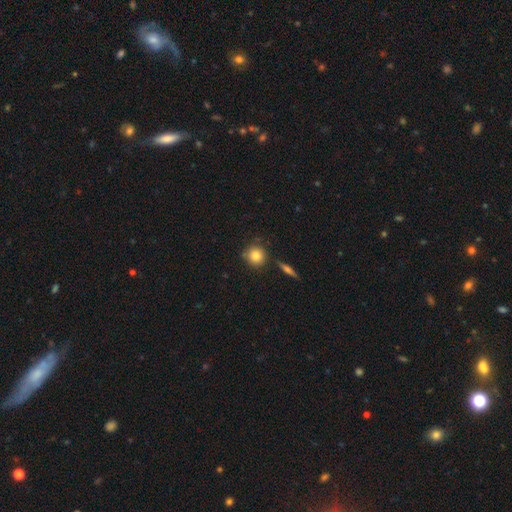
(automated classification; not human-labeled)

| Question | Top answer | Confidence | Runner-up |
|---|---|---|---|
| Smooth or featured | smooth | 81% | featured or disk (10%) |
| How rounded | round | 91% | in between (8%) |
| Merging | none | 79% | minor disturbance (12%) |